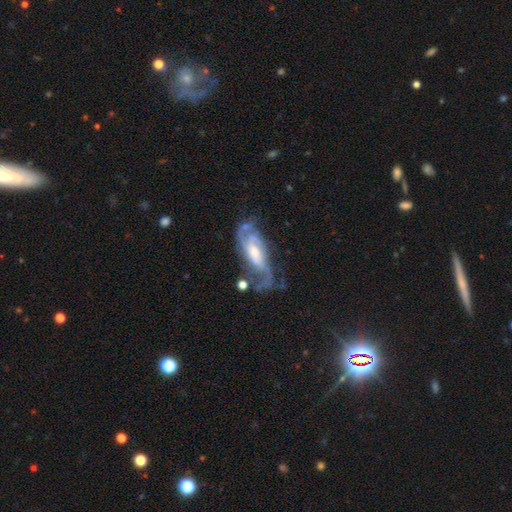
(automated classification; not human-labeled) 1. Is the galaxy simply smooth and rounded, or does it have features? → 85% featured or disk, 8% smooth, 7% star or artifact.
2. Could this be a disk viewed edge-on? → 92% no, 8% yes.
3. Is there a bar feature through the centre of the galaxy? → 42% no, 41% weak, 17% strong.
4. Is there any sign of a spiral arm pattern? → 95% yes, 5% no.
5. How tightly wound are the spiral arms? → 46% medium, 34% tight, 19% loose.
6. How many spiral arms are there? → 59% 2, 16% can't tell, 13% 3, 5% 1, 4% 4, 3% more than 4.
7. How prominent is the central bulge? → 52% moderate, 26% small, 15% large, 5% none, 2% dominant.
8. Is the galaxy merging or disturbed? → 58% none, 20% minor disturbance, 17% major disturbance, 4% merger.